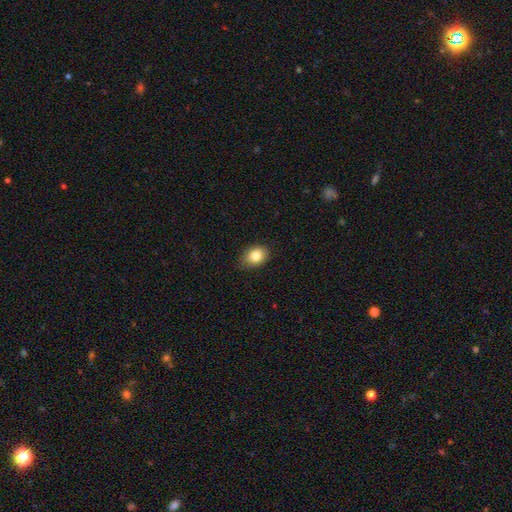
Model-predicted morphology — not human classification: Q: Smooth or featured?
A: smooth (83%); runner-up: star or artifact (9%)
Q: How rounded?
A: in between (66%); runner-up: round (33%)
Q: Merging?
A: none (83%); runner-up: minor disturbance (14%)